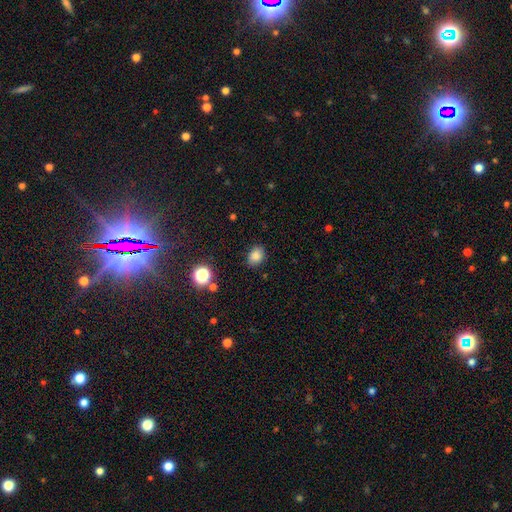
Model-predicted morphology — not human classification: type=smooth (82%); roundness=in between (58%); merging=none (84%).